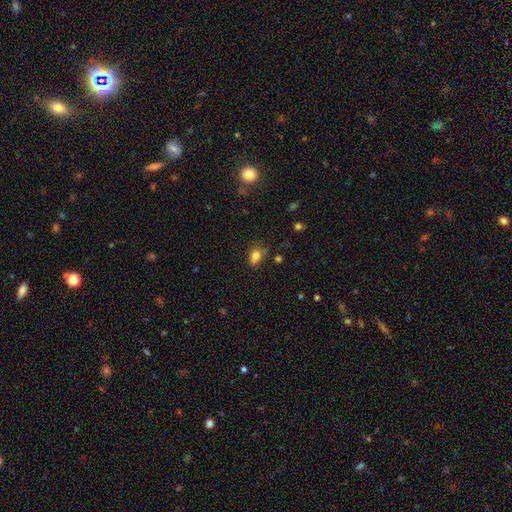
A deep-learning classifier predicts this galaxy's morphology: smooth 76%, star or artifact 14%, featured or disk 10%. Down the decision tree: how rounded — in between (60%); merging — none (53%).